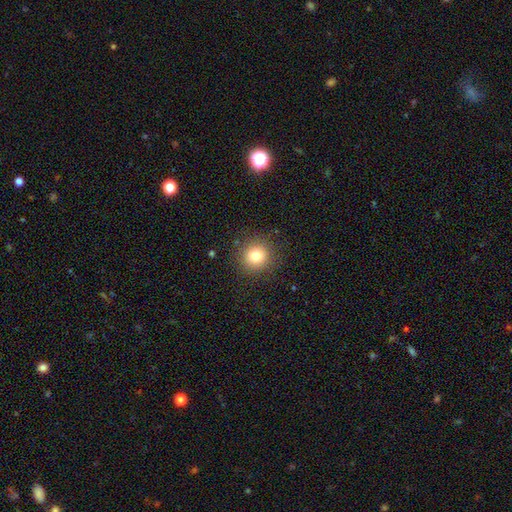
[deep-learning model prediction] Smooth or featured?
  - smooth: 80% *
  - star or artifact: 12%
  - featured or disk: 8%
How rounded?
  - round: 92% *
  - in between: 7%
  - cigar-shaped: 1%
Merging?
  - none: 88% *
  - minor disturbance: 7%
  - major disturbance: 3%
  - merger: 1%